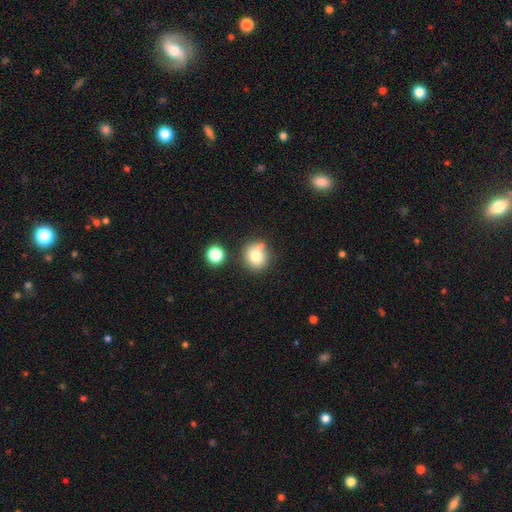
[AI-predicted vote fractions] Smooth or featured? Predicted: smooth (p=0.77). How rounded? Predicted: round (p=0.86). Merging? Predicted: none (p=0.68).